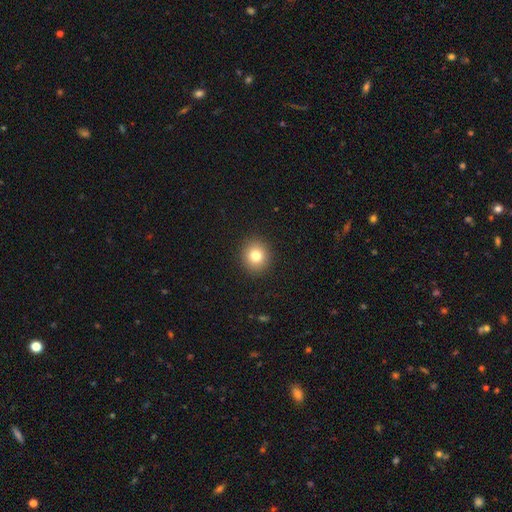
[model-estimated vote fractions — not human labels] This appears to be a smooth galaxy with no disk features (80%) that is round (88%). Merging: none (92%).